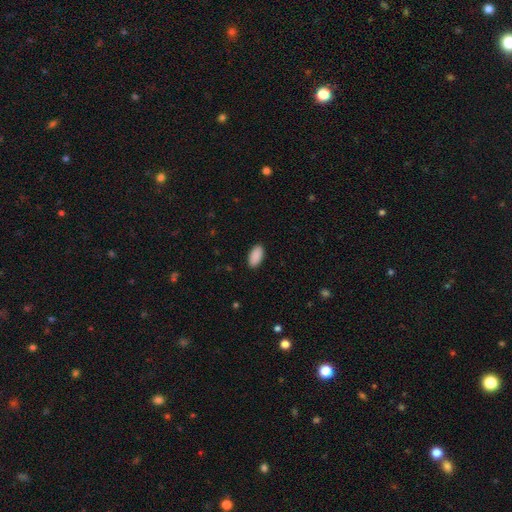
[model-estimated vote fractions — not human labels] Q: Smooth or featured?
A: smooth (91%); runner-up: star or artifact (6%)
Q: How rounded?
A: in between (95%); runner-up: cigar-shaped (3%)
Q: Merging?
A: none (90%); runner-up: minor disturbance (7%)